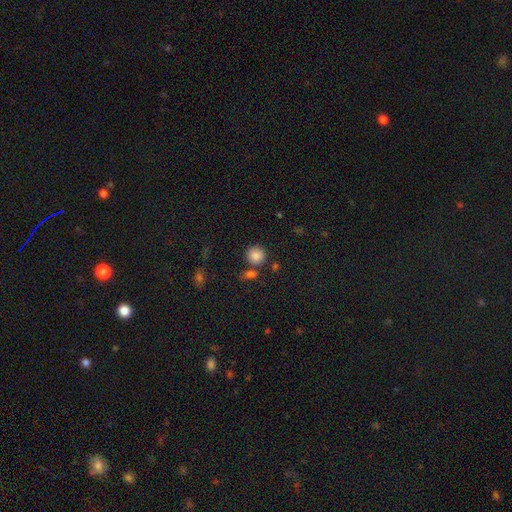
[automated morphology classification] A smooth galaxy with no disk features (85%) that is round (89%). Merging: none (74%).